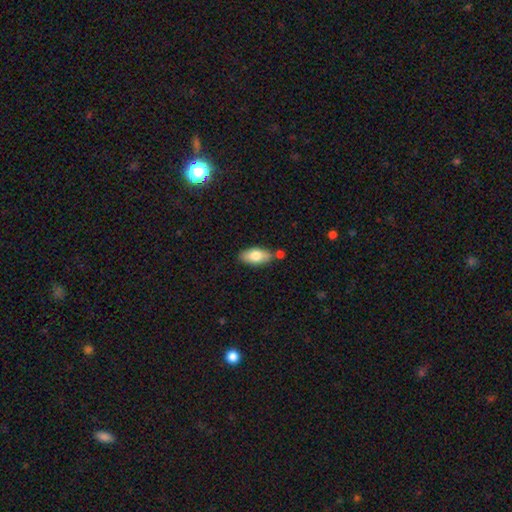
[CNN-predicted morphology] A smooth galaxy with no disk features (77%) that is in between round and cigar-shaped (90%). Merging: none (71%).